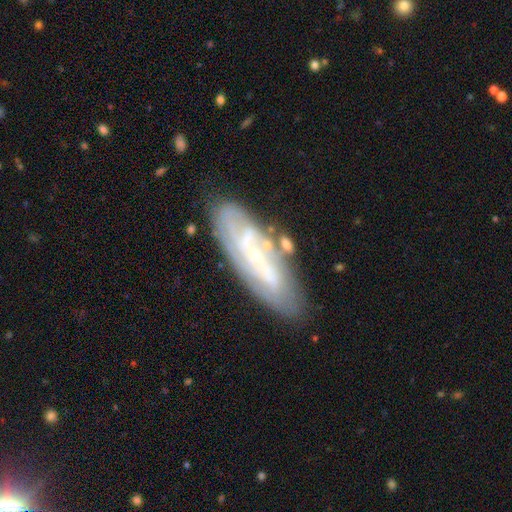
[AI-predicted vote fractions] Smooth or featured: featured or disk — 69% (smooth — 23%)
Edge-on disk: no — 79% (yes — 21%)
Bar: no — 47% (weak — 32%)
Spiral arms: yes — 67% (no — 33%)
Bulge size: small — 73% (moderate — 16%)
Merging: none — 72% (minor disturbance — 17%)